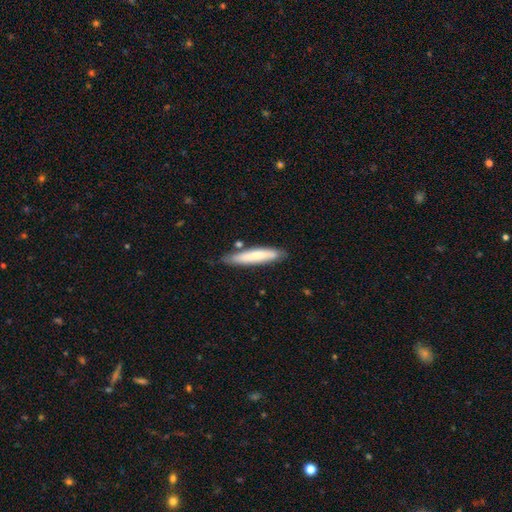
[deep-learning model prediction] A smooth galaxy with no disk features (68%) that is cigar-shaped (87%). Merging: none (76%).